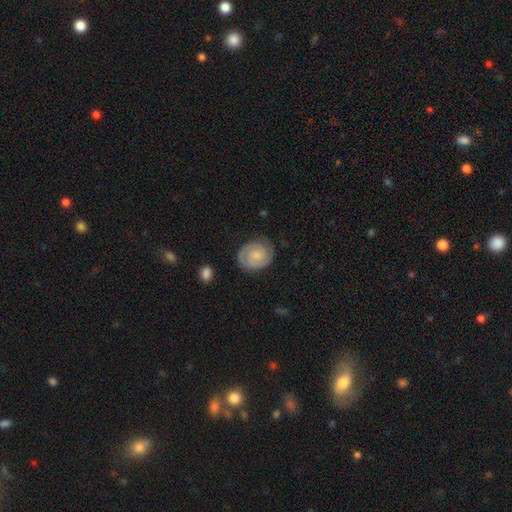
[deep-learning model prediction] Smooth or featured? featured or disk (67%)
Edge-on disk? no (98%)
Bar? no (67%)
Spiral arms? yes (93%)
Spiral winding? tight (63%)
Spiral arm count? 2 (72%)
Bulge size? small (41%)
Merging? none (78%)